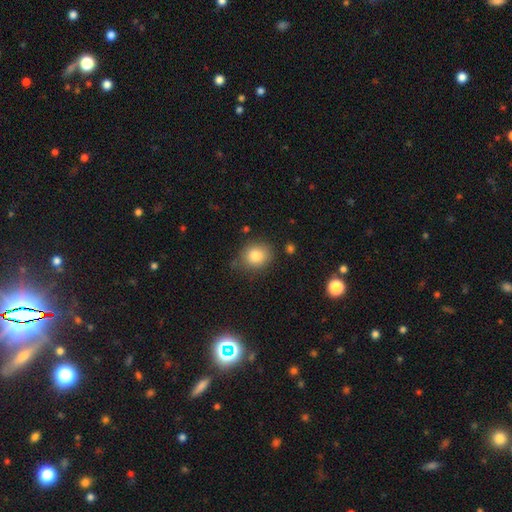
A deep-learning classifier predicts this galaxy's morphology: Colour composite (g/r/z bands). It shows a smooth galaxy with no disk features (82%) that is round (67%). Merging: none (76%).